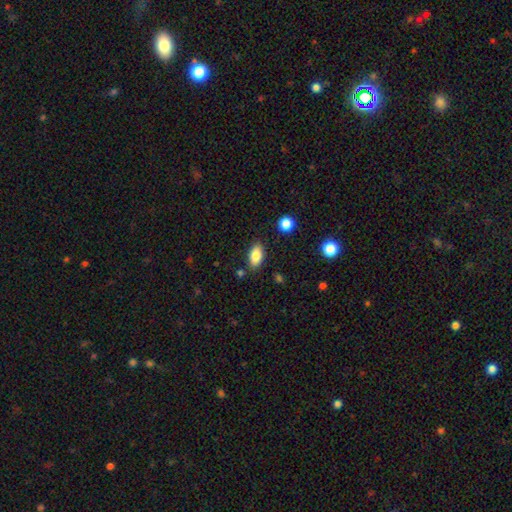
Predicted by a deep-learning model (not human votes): Morphology: type=smooth (84%); roundness=in between (91%); merging=none (85%).